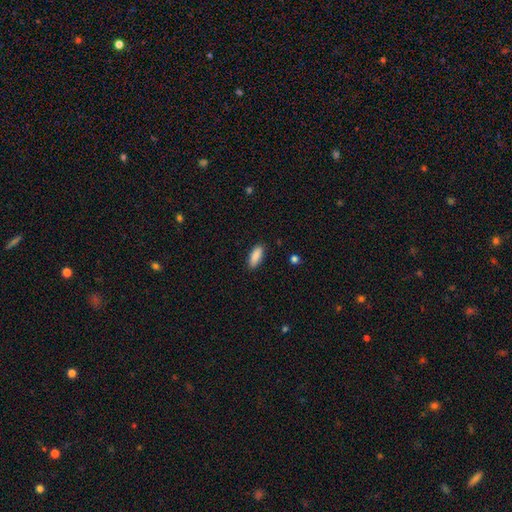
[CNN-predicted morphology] Smooth or featured?
  - smooth: 90% *
  - star or artifact: 6%
  - featured or disk: 4%
How rounded?
  - in between: 76% *
  - cigar-shaped: 22%
  - round: 2%
Merging?
  - none: 89% *
  - minor disturbance: 8%
  - major disturbance: 2%
  - merger: 1%